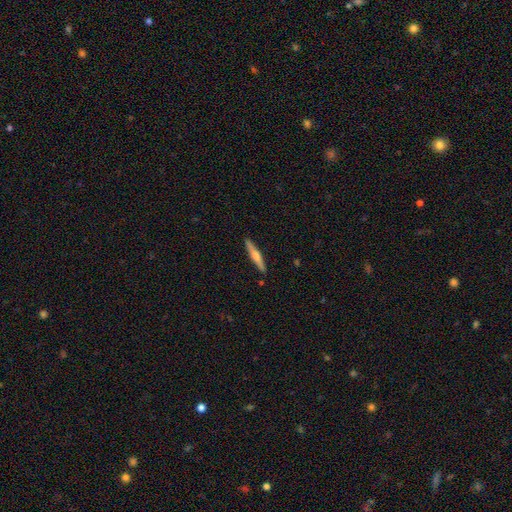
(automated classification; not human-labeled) This appears to be a featured or disk galaxy (58%) viewed edge-on (97%) with a rounded central bulge (89%). Merging: none (91%).